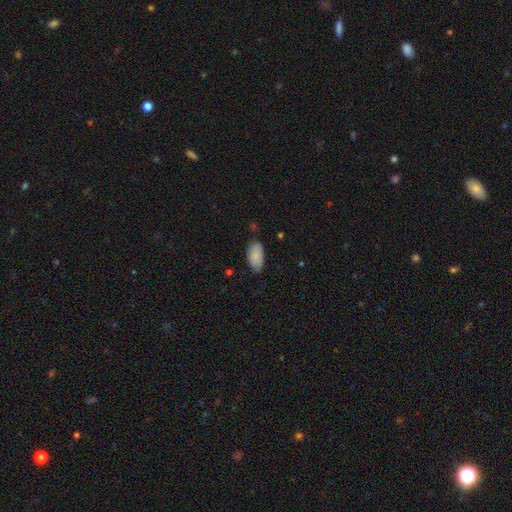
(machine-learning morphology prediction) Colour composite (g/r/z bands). It shows a smooth galaxy with no disk features (83%) that is in between round and cigar-shaped (94%). Merging: none (66%).